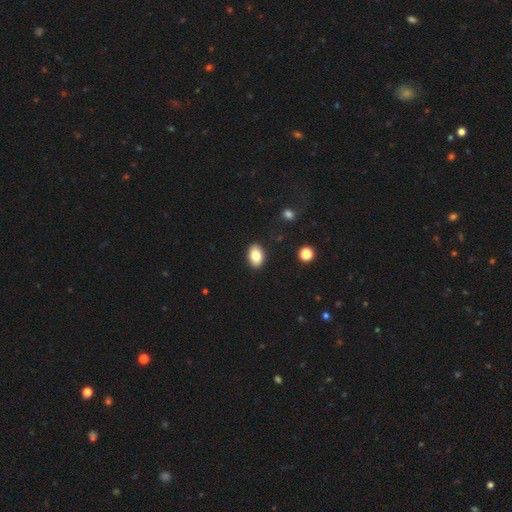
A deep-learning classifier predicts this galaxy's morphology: Q: Smooth or featured?
A: smooth (82%); runner-up: featured or disk (9%)
Q: How rounded?
A: in between (86%); runner-up: round (13%)
Q: Merging?
A: none (90%); runner-up: minor disturbance (7%)